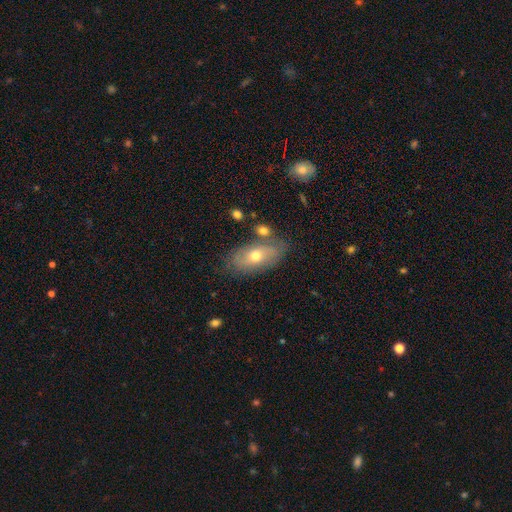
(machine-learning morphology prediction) Q: Smooth or featured?
A: smooth (60%); runner-up: featured or disk (33%)
Q: How rounded?
A: in between (89%); runner-up: cigar-shaped (6%)
Q: Merging?
A: none (71%); runner-up: minor disturbance (17%)